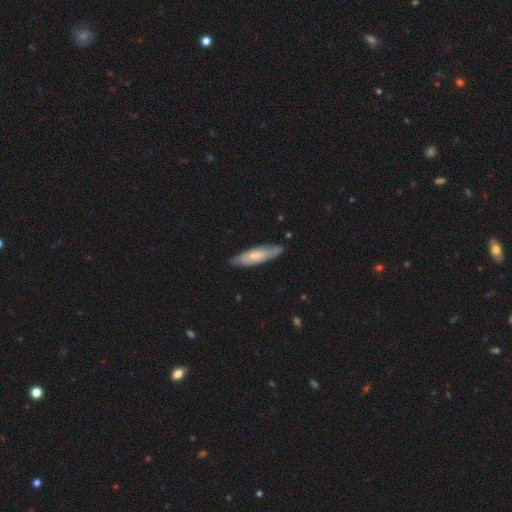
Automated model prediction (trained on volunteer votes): This appears to be a smooth galaxy with no disk features (49%). Merging: none (79%).